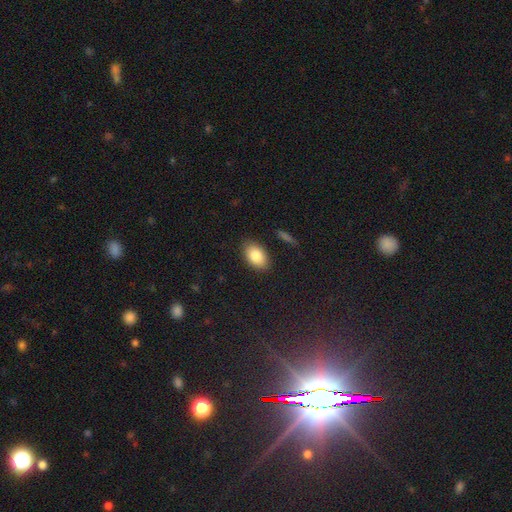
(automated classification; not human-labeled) This is clearly a smooth galaxy (85%). How rounded: clearly in between (91%). Merging: clearly none (85%).